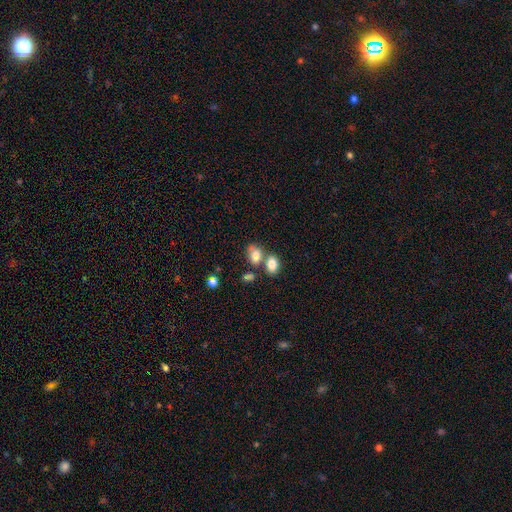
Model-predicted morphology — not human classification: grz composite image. It shows a smooth galaxy with no disk features (80%) that is in between round and cigar-shaped (81%). Merging: merger (42%).